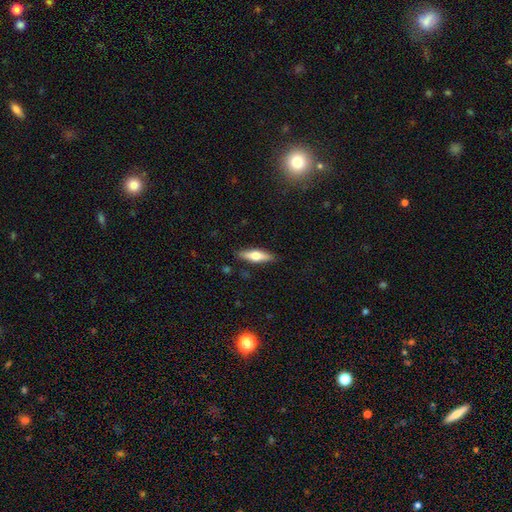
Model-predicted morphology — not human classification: This is possibly a smooth galaxy (54%). How rounded: possibly cigar-shaped (58%). Merging: clearly none (87%).